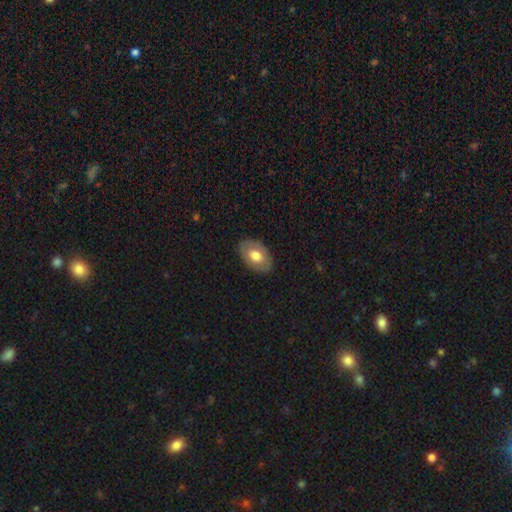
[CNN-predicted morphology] The model was most divided on "smooth or featured": smooth: 62%, featured or disk: 32%, star or artifact: 6%. More confident: how rounded — in between (90%); merging — none (84%).